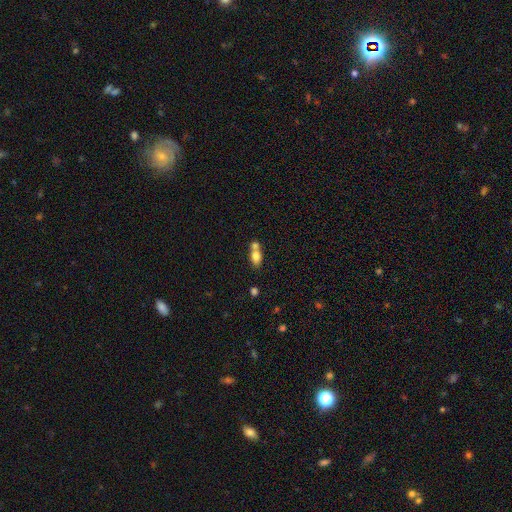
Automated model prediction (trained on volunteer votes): Smooth or featured? smooth (77%)
How rounded? in between (77%)
Merging? merger (59%)